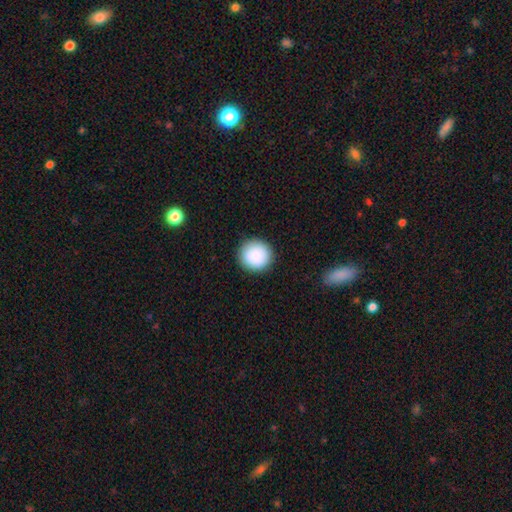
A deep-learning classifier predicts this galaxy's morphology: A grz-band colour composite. It shows a smooth galaxy with no disk features (88%) that is round (92%). Merging: none (91%).